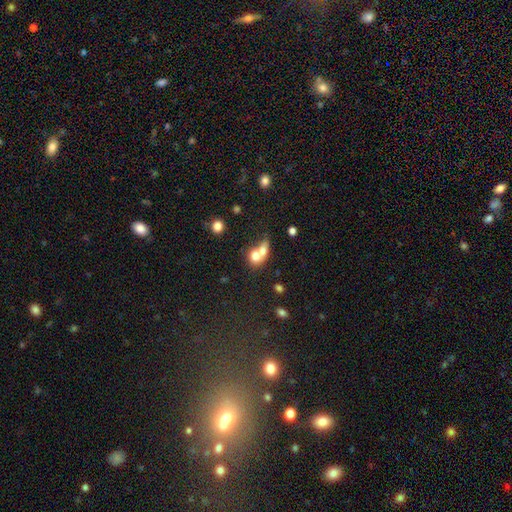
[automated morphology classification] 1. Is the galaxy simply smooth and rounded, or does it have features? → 70% smooth, 20% featured or disk, 10% star or artifact.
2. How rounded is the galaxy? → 50% round, 47% in between, 3% cigar-shaped.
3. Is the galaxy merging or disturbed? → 71% merger, 18% none, 6% minor disturbance, 5% major disturbance.